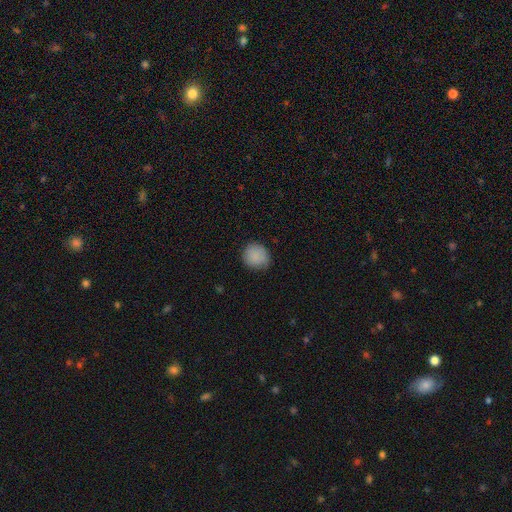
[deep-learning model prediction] smooth 87%, star or artifact 8%, featured or disk 5%. Down the decision tree: how rounded — round (84%); merging — none (79%).